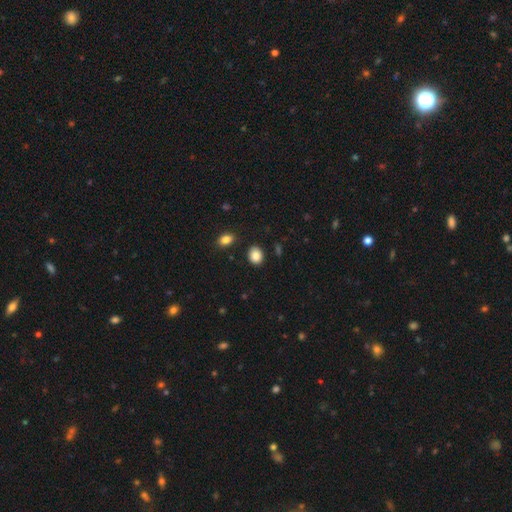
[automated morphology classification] Smooth or featured? Predicted: smooth (p=0.87). How rounded? Predicted: in between (p=0.54). Merging? Predicted: none (p=0.87).